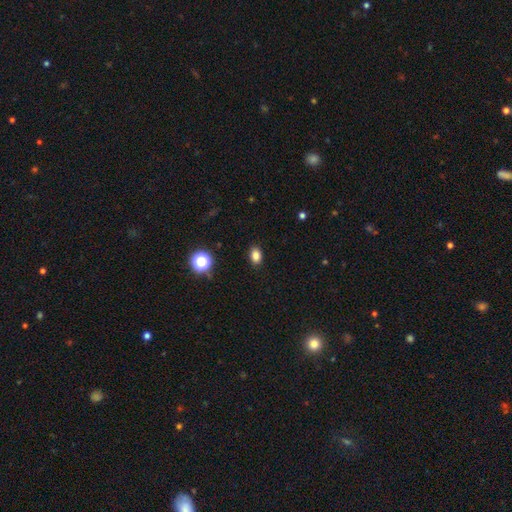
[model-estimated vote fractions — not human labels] A smooth galaxy with no disk features (83%) that is in between round and cigar-shaped (77%).

Vote fractions:
- Smooth or featured? smooth: 83% / star or artifact: 13% / featured or disk: 5%
- How rounded? in between: 77% / round: 22% / cigar-shaped: 1%
- Merging? none: 88% / minor disturbance: 8% / major disturbance: 2% / merger: 1%